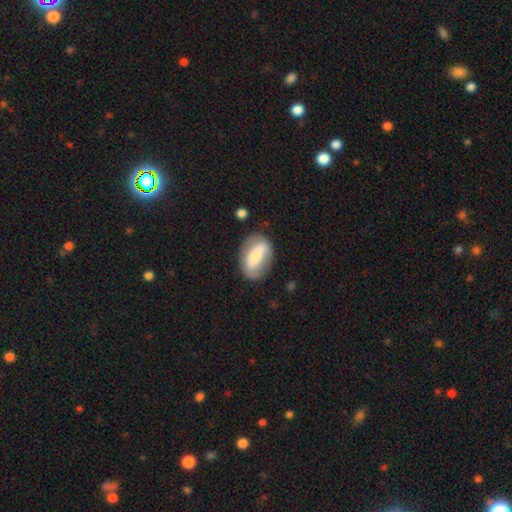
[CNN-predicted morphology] smooth 51%, featured or disk 43%, star or artifact 6%. Down the decision tree: how rounded — in between (84%); merging — none (71%).